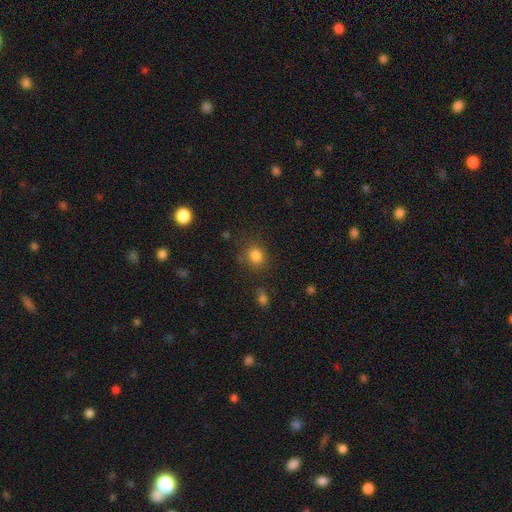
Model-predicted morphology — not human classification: smooth-or-featured: smooth: 82% | star or artifact: 13% | featured or disk: 5%
  how-rounded: round: 75% | in between: 24% | cigar-shaped: 1%
  merging: none: 81% | minor disturbance: 11% | major disturbance: 4% | merger: 4%